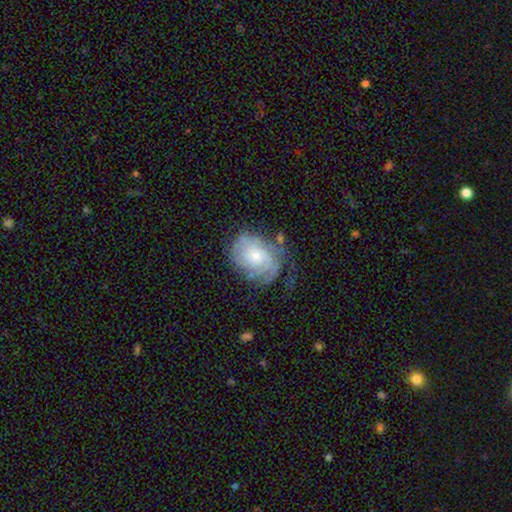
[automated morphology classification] This is likely a featured or disk galaxy (74%). It is clearly not viewed edge-on (97%). Bar: likely no (71%). Spiral arm pattern: clearly yes (90%). Spiral arm count: marginally can't tell (41%). Spiral winding: likely tight (62%). Central bulge: likely small (60%). Merging: possibly none (55%).